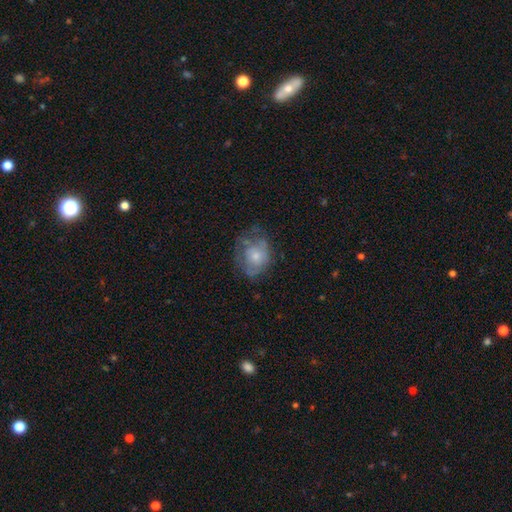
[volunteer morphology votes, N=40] smooth-or-featured: featured or disk: 55% | smooth: 42% | star or artifact: 2%
  disk-edge-on: no: 100% | yes: 0%
    bar: no: 95% | weak: 5% | strong: 0%
    has-spiral-arms: no: 82% | yes: 18%
    bulge-size: moderate: 41% (tied) | small: 41% (tied) | large: 14% | none: 5% | dominant: 0%
  merging: minor disturbance: 36% | none: 33% | major disturbance: 28% | merger: 3%